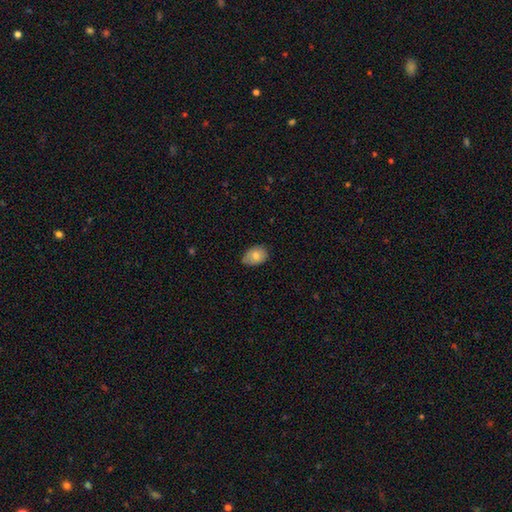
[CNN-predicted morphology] smooth_or_featured: smooth (p=0.80) [alt: featured or disk p=0.13]
how_rounded: in between (p=0.80) [alt: round p=0.19]
merging: none (p=0.66) [alt: minor disturbance p=0.29]